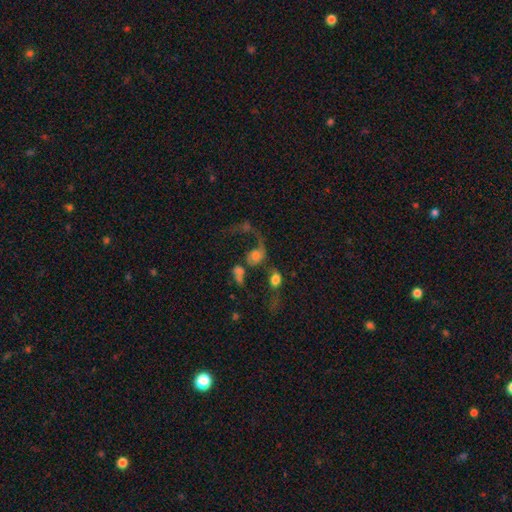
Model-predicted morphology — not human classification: smooth-or-featured: featured or disk: 50% | smooth: 37% | star or artifact: 13%
  disk-edge-on: no: 96% | yes: 4%
  merging: merger: 40% | major disturbance: 35% | none: 17% | minor disturbance: 8%